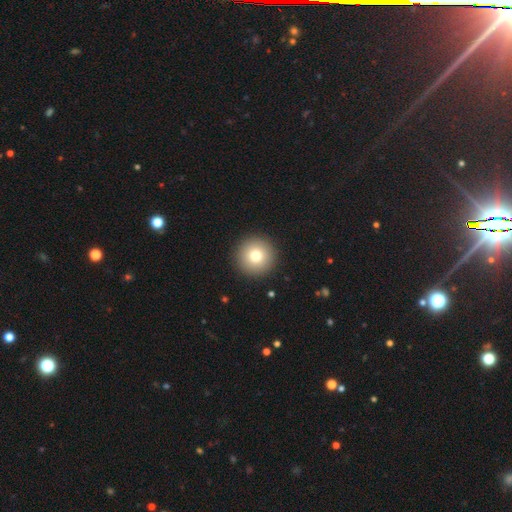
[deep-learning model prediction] Smooth or featured?
  - smooth: 78% *
  - featured or disk: 12%
  - star or artifact: 10%
How rounded?
  - round: 97% *
  - in between: 2%
  - cigar-shaped: 1%
Merging?
  - none: 93% *
  - minor disturbance: 4%
  - major disturbance: 2%
  - merger: 1%